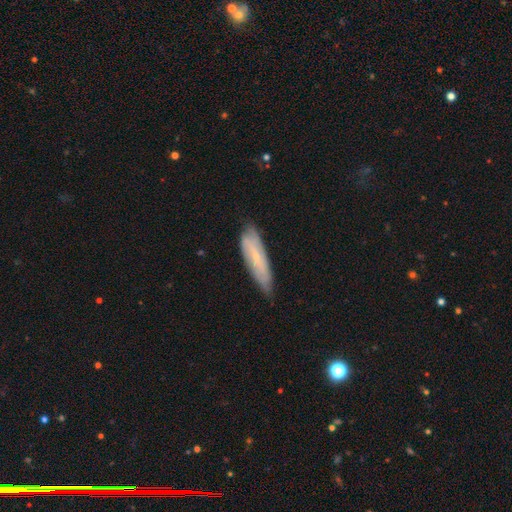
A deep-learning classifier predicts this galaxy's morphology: type=featured or disk (48%); merging=none (71%).